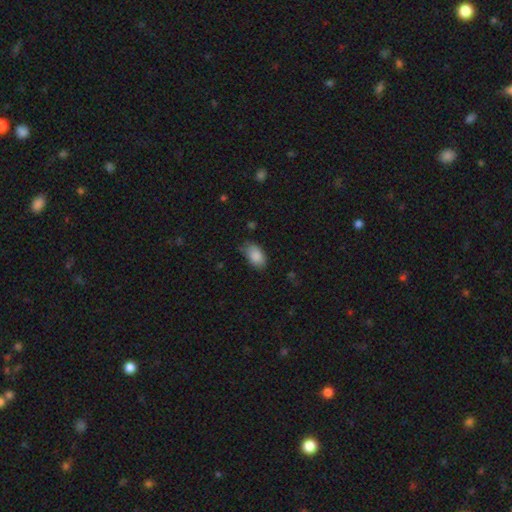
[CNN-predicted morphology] Smooth or featured?
  - smooth: 87% *
  - star or artifact: 7%
  - featured or disk: 6%
How rounded?
  - in between: 91% *
  - round: 7%
  - cigar-shaped: 2%
Merging?
  - none: 68% *
  - minor disturbance: 26%
  - major disturbance: 5%
  - merger: 2%